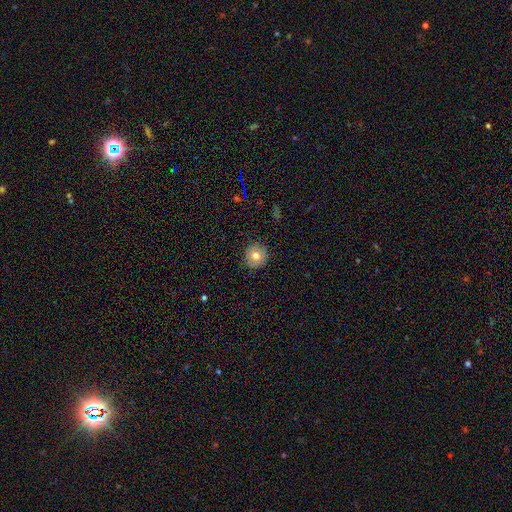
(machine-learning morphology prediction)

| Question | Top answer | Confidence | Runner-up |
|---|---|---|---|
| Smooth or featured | smooth | 72% | featured or disk (19%) |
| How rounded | round | 94% | in between (5%) |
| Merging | none | 89% | minor disturbance (8%) |